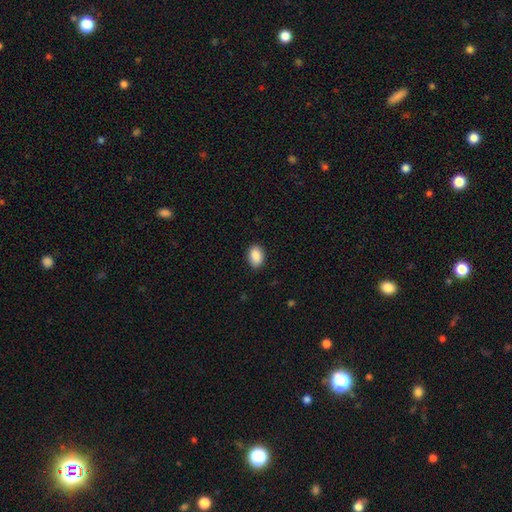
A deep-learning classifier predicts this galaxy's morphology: Overall: smooth (90%). How rounded: in between (84%). Merging: none (85%).